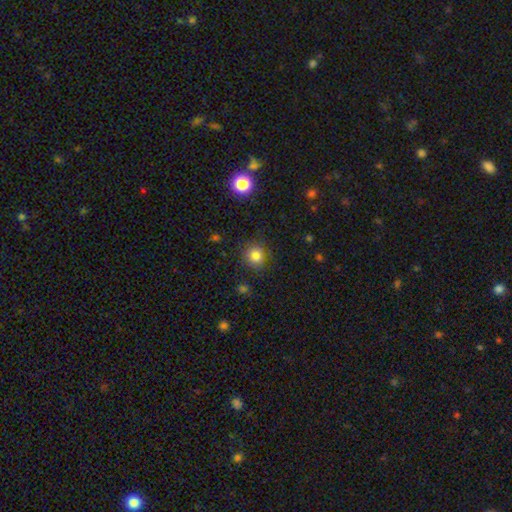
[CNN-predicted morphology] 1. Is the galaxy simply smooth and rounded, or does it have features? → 83% smooth, 12% star or artifact, 5% featured or disk.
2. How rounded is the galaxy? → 88% round, 11% in between, 1% cigar-shaped.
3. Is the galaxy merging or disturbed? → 84% none, 11% minor disturbance, 3% major disturbance, 2% merger.